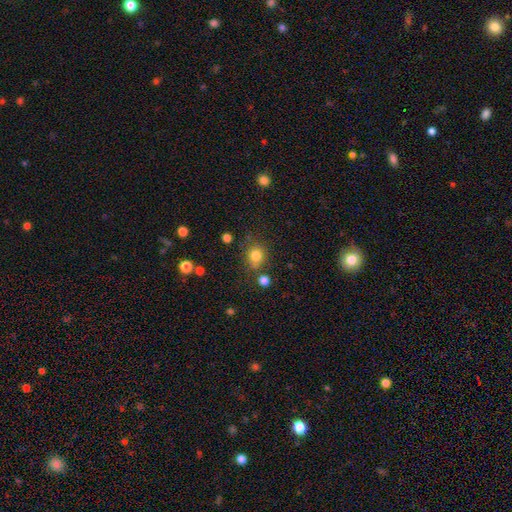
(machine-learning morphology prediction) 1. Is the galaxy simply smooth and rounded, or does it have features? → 80% smooth, 13% star or artifact, 7% featured or disk.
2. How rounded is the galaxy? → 75% round, 24% in between, 1% cigar-shaped.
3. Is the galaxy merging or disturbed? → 71% none, 15% minor disturbance, 10% merger, 5% major disturbance.